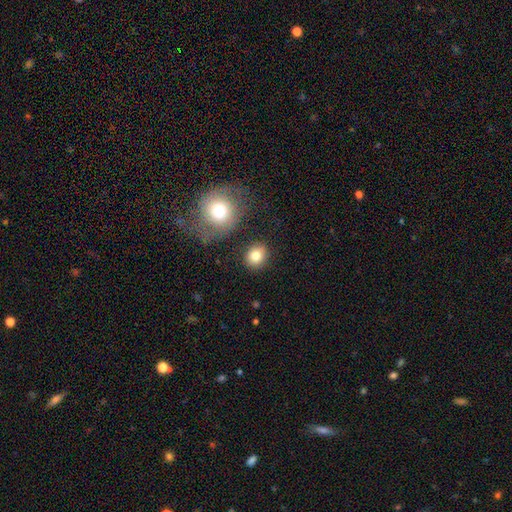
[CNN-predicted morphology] smooth 82%, star or artifact 10%, featured or disk 8%. Down the decision tree: how rounded — round (76%); merging — none (85%).